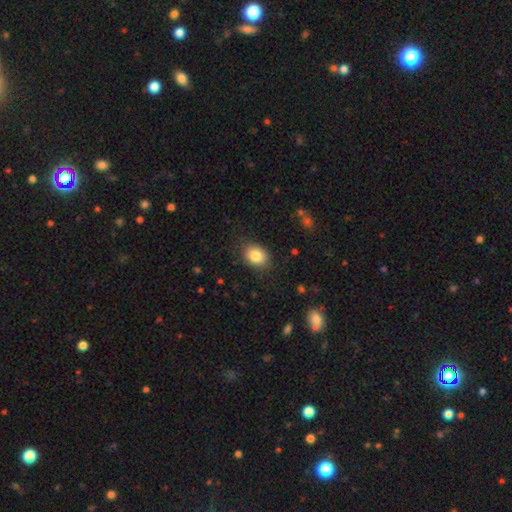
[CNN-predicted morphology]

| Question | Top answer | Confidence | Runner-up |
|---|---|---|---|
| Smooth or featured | smooth | 84% | star or artifact (8%) |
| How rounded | in between | 65% | round (34%) |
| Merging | none | 83% | minor disturbance (12%) |